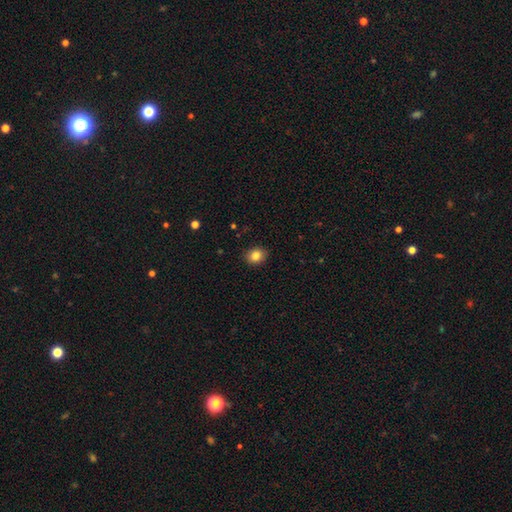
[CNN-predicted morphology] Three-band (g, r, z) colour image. It shows a smooth galaxy with no disk features (84%) that is round (56%). Merging: none (89%).